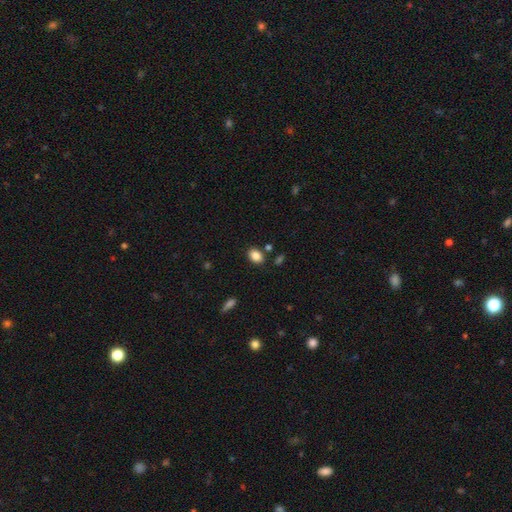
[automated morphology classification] This is clearly a smooth galaxy (86%). How rounded: likely in between (75%). Merging: clearly none (82%).